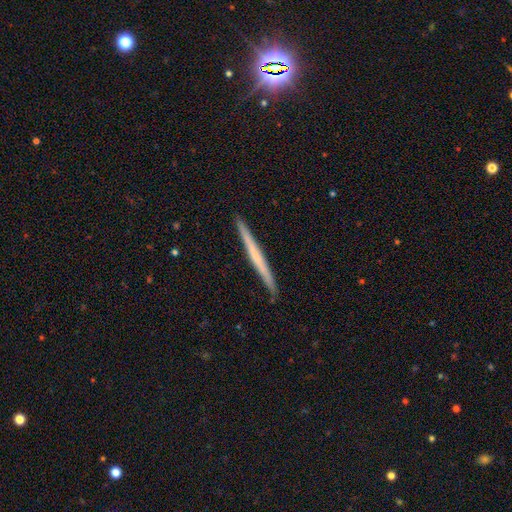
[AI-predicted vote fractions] Smooth or featured: featured or disk — 51% (smooth — 43%)
Edge-on disk: yes — 98% (no — 2%)
Edge-on bulge: none — 82% (rounded — 13%)
Merging: none — 91% (minor disturbance — 6%)